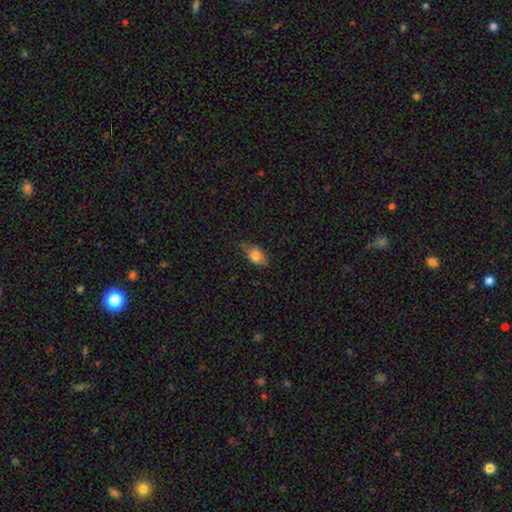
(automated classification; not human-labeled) A smooth galaxy with no disk features (78%) that is in between round and cigar-shaped (85%).

Vote fractions:
- Smooth or featured? smooth: 78% / featured or disk: 13% / star or artifact: 9%
- How rounded? in between: 85% / round: 10% / cigar-shaped: 5%
- Merging? none: 68% / minor disturbance: 26% / major disturbance: 5% / merger: 1%